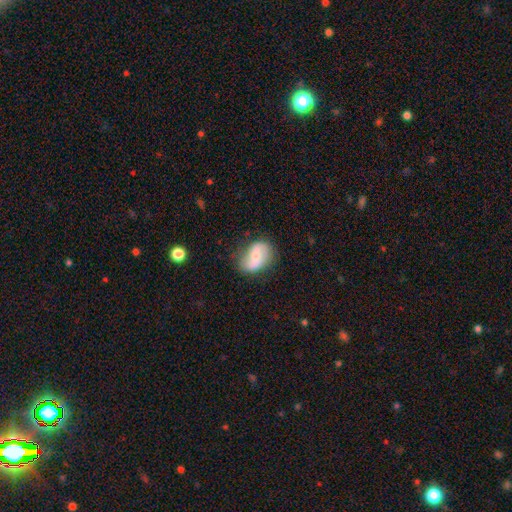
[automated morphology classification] featured or disk 49%, smooth 44%, star or artifact 7%. Down the decision tree: merging — none (66%).